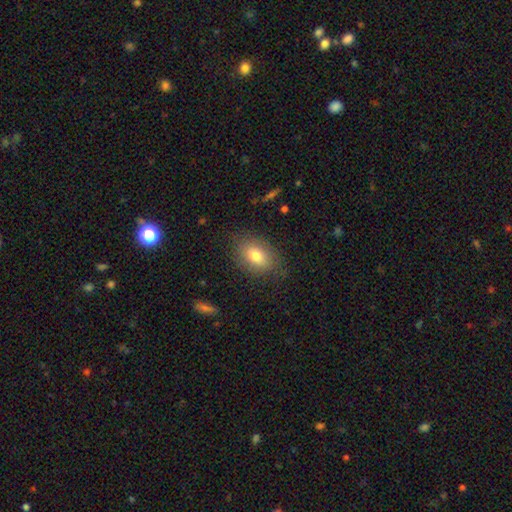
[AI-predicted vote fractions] Overall: smooth (75%). How rounded: in between (78%). Merging: none (79%).